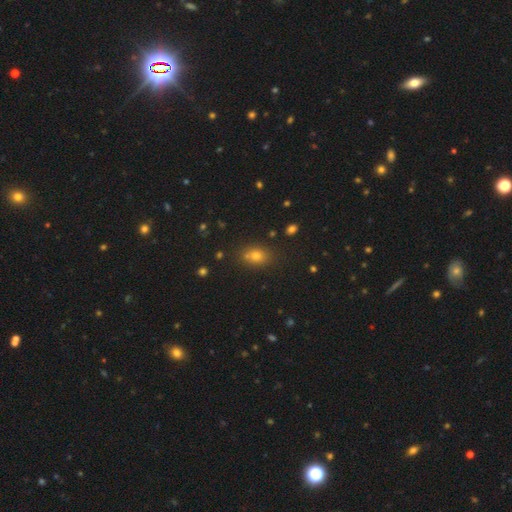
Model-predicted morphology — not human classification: Q: Smooth or featured?
A: smooth (71%); runner-up: star or artifact (19%)
Q: How rounded?
A: in between (67%); runner-up: round (30%)
Q: Merging?
A: none (75%); runner-up: minor disturbance (14%)